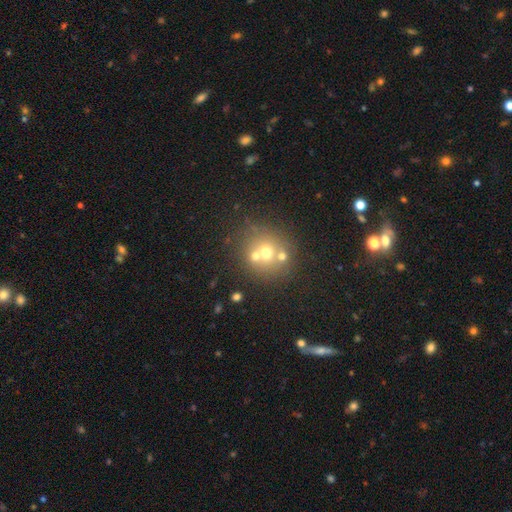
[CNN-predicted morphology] smooth_or_featured: smooth (p=0.57) [alt: featured or disk p=0.25]
how_rounded: round (p=0.84) [alt: in between p=0.15]
merging: none (p=0.49) [alt: merger p=0.38]